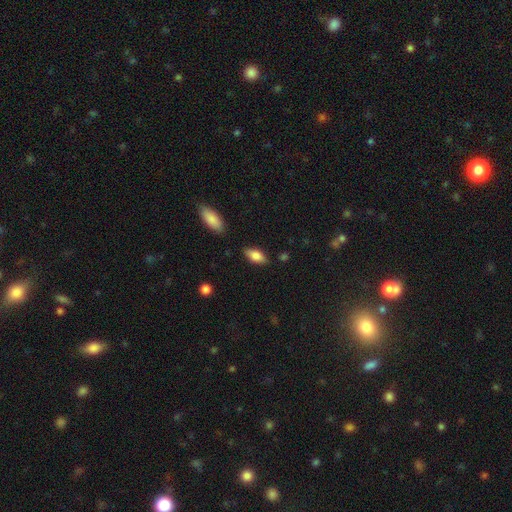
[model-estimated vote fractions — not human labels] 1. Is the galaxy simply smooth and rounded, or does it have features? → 77% smooth, 16% featured or disk, 7% star or artifact.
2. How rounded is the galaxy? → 86% in between, 11% cigar-shaped, 3% round.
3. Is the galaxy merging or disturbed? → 83% none, 13% minor disturbance, 3% major disturbance, 2% merger.